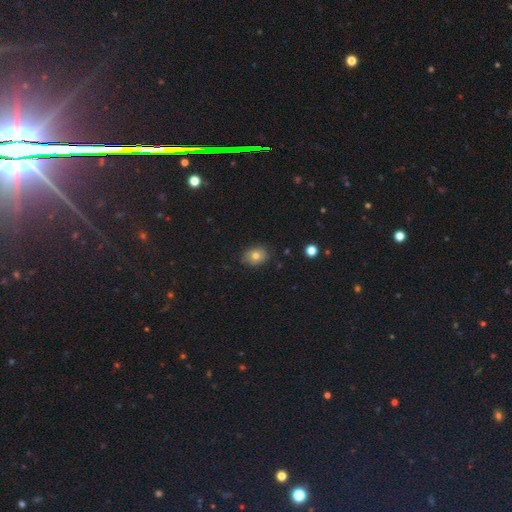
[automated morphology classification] type=smooth (74%); roundness=in between (55%); merging=none (78%).